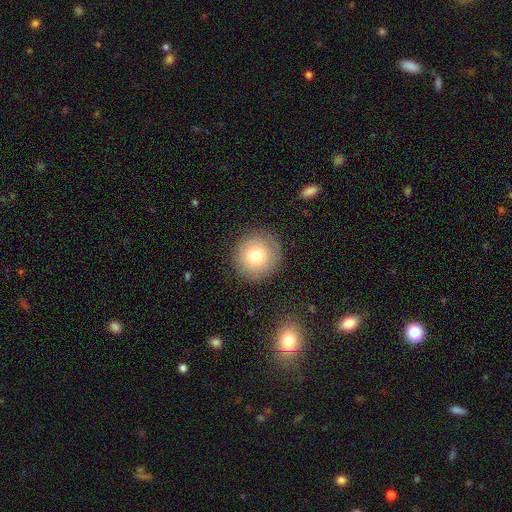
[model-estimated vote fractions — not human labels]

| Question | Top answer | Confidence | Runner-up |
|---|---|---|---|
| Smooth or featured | smooth | 74% | featured or disk (16%) |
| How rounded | round | 94% | in between (5%) |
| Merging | none | 86% | minor disturbance (9%) |